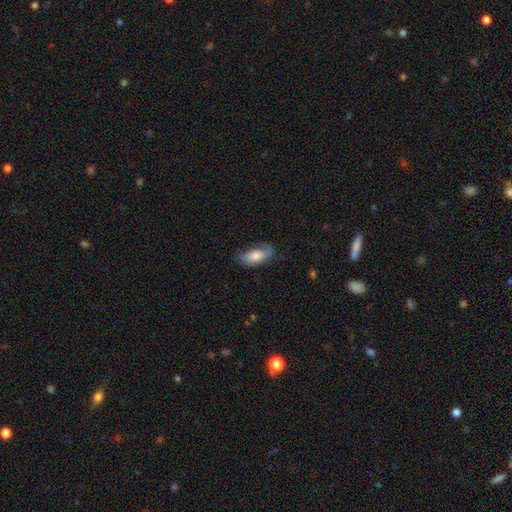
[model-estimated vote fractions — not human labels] smooth_or_featured: smooth (p=0.63) [alt: featured or disk p=0.30]
how_rounded: in between (p=0.88) [alt: cigar-shaped p=0.09]
merging: none (p=0.54) [alt: minor disturbance p=0.30]